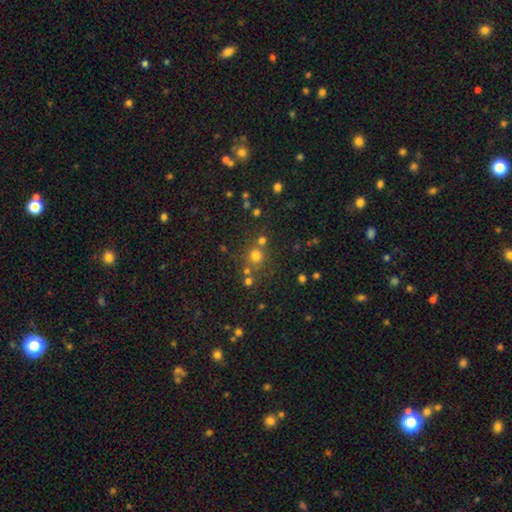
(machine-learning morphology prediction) type=smooth (70%); roundness=round (91%); merging=none (69%).